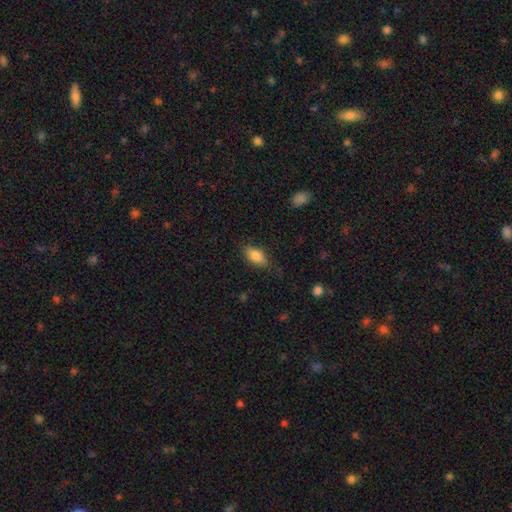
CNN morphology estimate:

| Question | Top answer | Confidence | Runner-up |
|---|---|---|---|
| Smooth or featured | smooth | 84% | featured or disk (9%) |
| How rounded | in between | 89% | cigar-shaped (6%) |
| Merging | none | 74% | minor disturbance (19%) |